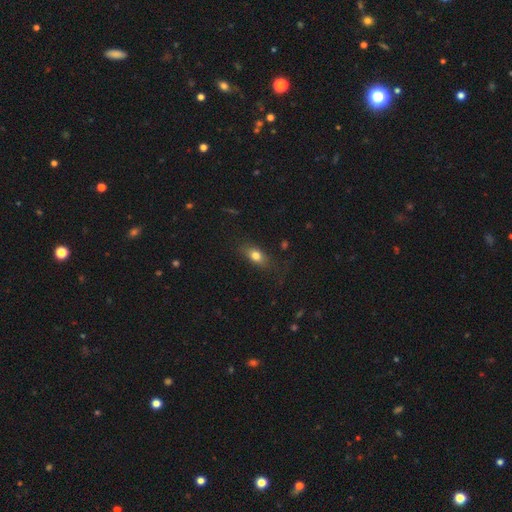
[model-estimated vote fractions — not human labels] The model was most divided on "merging": none: 74%, minor disturbance: 18%, major disturbance: 7%, merger: 2%. More confident: how rounded — in between (76%); smooth or featured — smooth (76%).